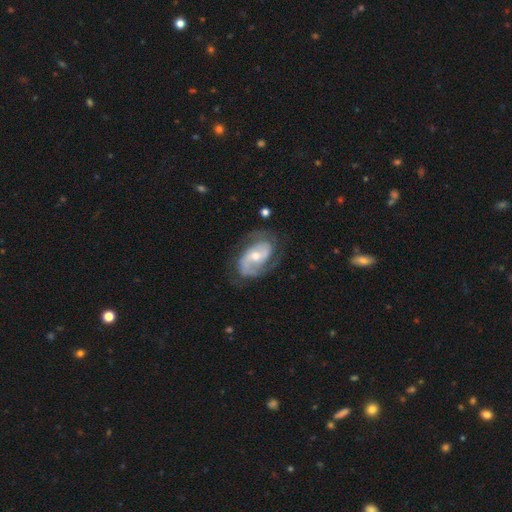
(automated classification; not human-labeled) Smooth or featured? featured or disk (82%)
Edge-on disk? no (96%)
Bar? no (52%)
Spiral arms? yes (92%)
Spiral winding? medium (44%)
Spiral arm count? 2 (72%)
Bulge size? moderate (57%)
Merging? none (66%)